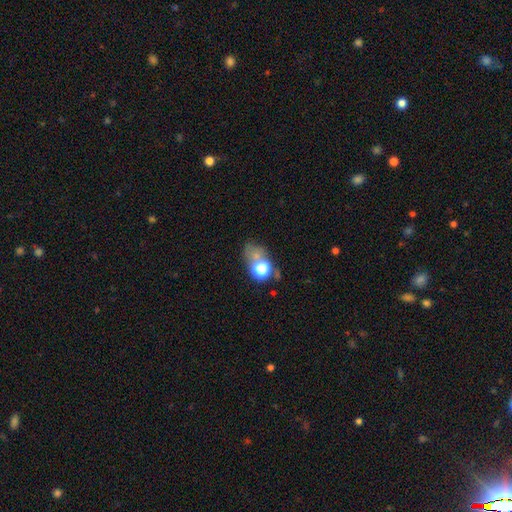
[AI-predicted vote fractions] smooth 58%, star or artifact 27%, featured or disk 15%. Down the decision tree: how rounded — round (55%); merging — none (40%).